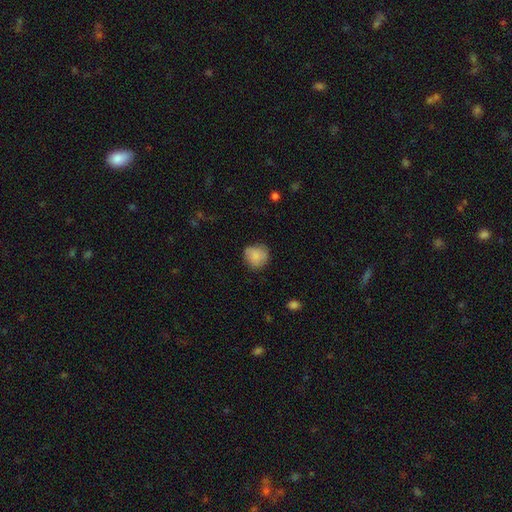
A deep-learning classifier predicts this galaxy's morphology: Smooth or featured? Predicted: smooth (p=0.83). How rounded? Predicted: round (p=0.84). Merging? Predicted: none (p=0.71).